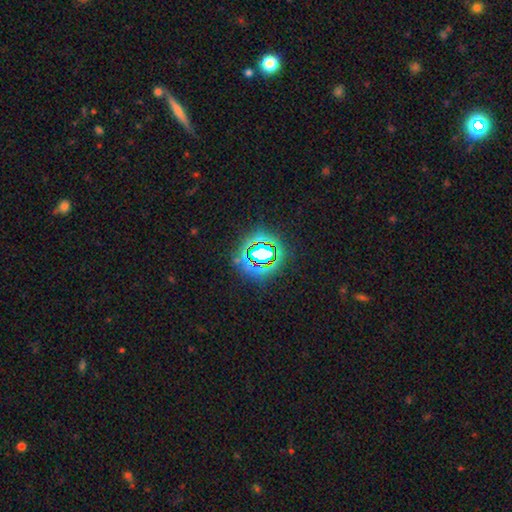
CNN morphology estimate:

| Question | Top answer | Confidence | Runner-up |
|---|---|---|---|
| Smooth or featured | star or artifact | 76% | smooth (15%) |